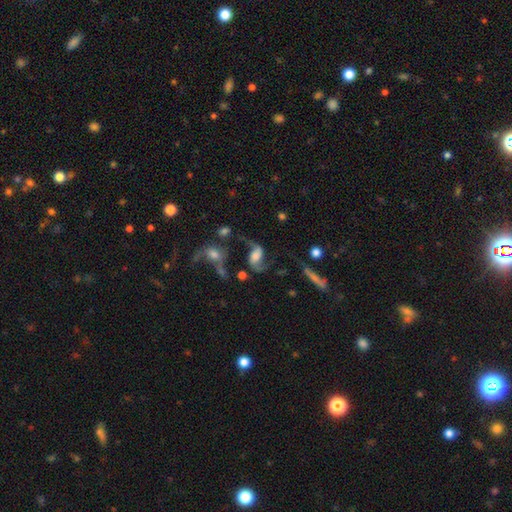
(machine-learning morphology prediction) Smooth or featured? Predicted: featured or disk (p=0.81). Edge-on disk? Predicted: no (p=0.97). Bar? Predicted: no (p=0.43). Spiral arms? Predicted: yes (p=0.95). Spiral winding? Predicted: loose (p=0.73). Spiral arm count? Predicted: 2 (p=0.91). Bulge size? Predicted: large (p=0.34). Merging? Predicted: none (p=0.55).